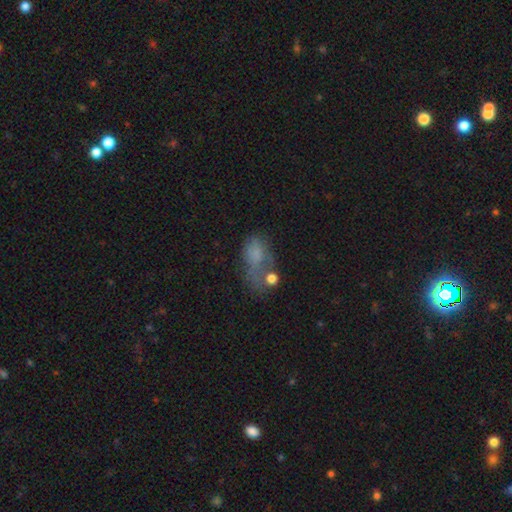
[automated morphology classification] type=smooth (59%); roundness=in between (82%); merging=major disturbance (37%).